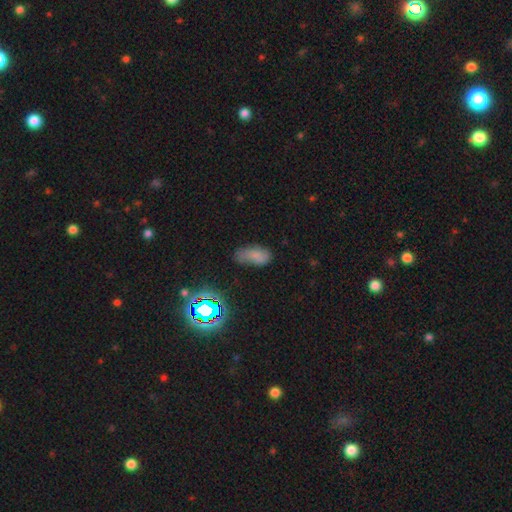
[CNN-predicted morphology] smooth-or-featured: smooth: 72% | star or artifact: 17% | featured or disk: 12%
  how-rounded: in between: 90% | cigar-shaped: 6% | round: 4%
  merging: none: 54% | minor disturbance: 31% | major disturbance: 12% | merger: 4%